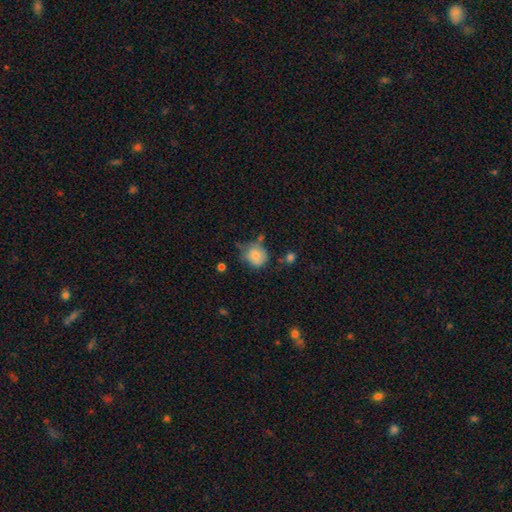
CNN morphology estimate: A smooth galaxy with no disk features (79%) that is round (77%).

Vote fractions:
- Smooth or featured? smooth: 79% / featured or disk: 12% / star or artifact: 9%
- How rounded? round: 77% / in between: 22% / cigar-shaped: 1%
- Merging? none: 53% / minor disturbance: 30% / major disturbance: 9% / merger: 7%